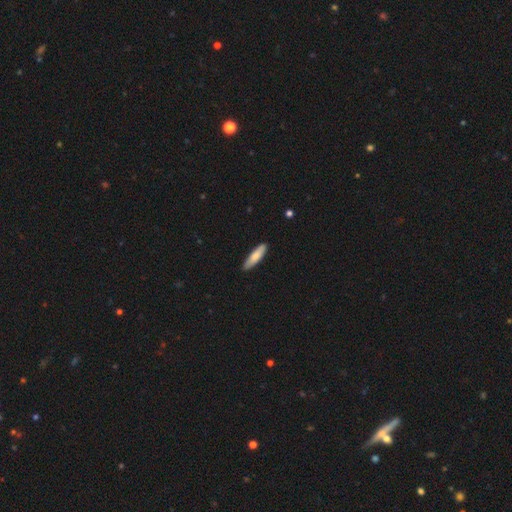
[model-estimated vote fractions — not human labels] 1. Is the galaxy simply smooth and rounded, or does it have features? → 80% smooth, 15% featured or disk, 5% star or artifact.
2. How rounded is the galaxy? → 75% cigar-shaped, 24% in between, 1% round.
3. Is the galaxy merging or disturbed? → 89% none, 9% minor disturbance, 1% major disturbance, 1% merger.